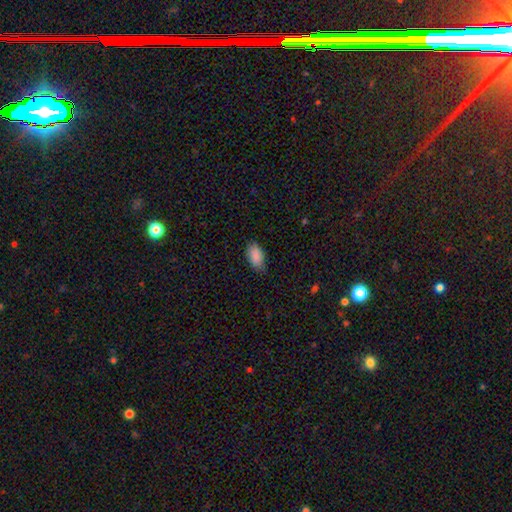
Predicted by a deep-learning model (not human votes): smooth 89%, star or artifact 7%, featured or disk 4%. Down the decision tree: how rounded — in between (93%); merging — none (78%).